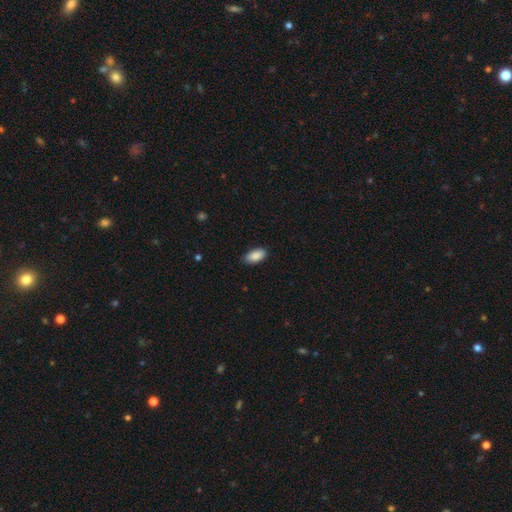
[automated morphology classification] smooth_or_featured: smooth (p=0.89) [alt: star or artifact p=0.07]
how_rounded: in between (p=0.92) [alt: cigar-shaped p=0.06]
merging: none (p=0.84) [alt: minor disturbance p=0.13]